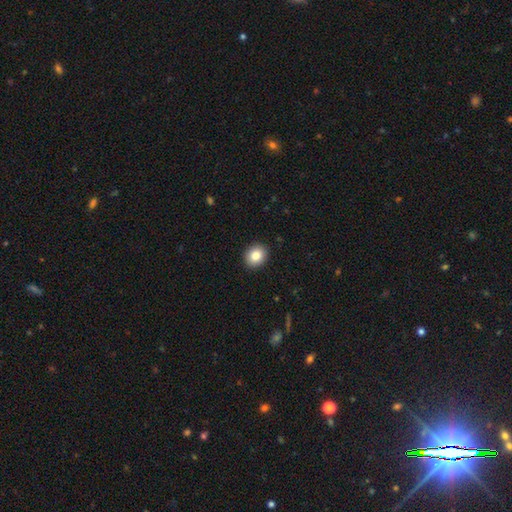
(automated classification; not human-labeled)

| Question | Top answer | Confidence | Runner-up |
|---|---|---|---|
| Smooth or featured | smooth | 84% | star or artifact (9%) |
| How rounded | round | 59% | in between (41%) |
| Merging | none | 92% | minor disturbance (6%) |